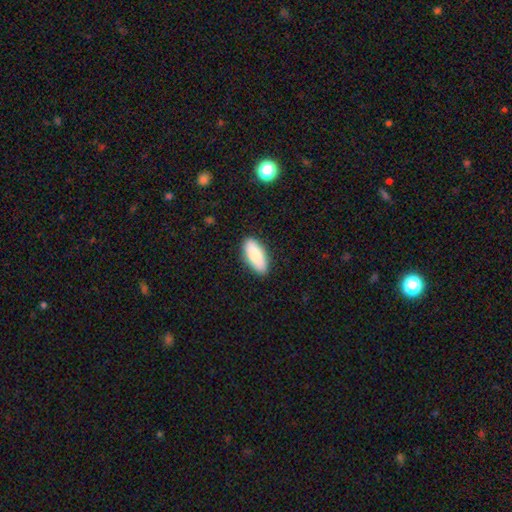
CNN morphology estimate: A smooth galaxy with no disk features (87%) that is in between round and cigar-shaped (82%).

Vote fractions:
- Smooth or featured? smooth: 87% / featured or disk: 7% / star or artifact: 5%
- How rounded? in between: 82% / cigar-shaped: 17% / round: 2%
- Merging? none: 87% / minor disturbance: 10% / major disturbance: 2% / merger: 1%